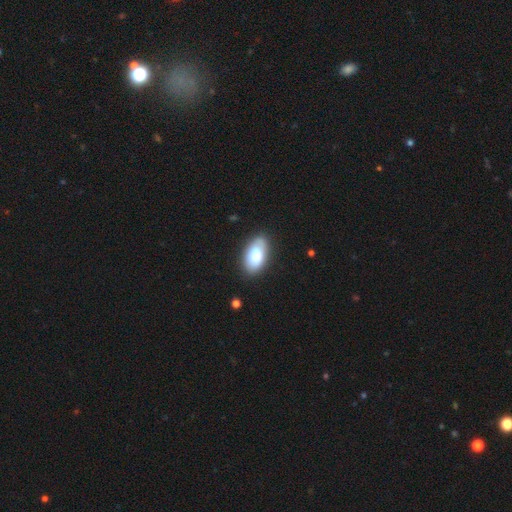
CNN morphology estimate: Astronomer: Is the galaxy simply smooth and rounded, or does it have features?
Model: smooth — 83%.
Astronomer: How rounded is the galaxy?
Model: in between — 94%.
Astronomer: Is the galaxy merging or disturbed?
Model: none — 80%.